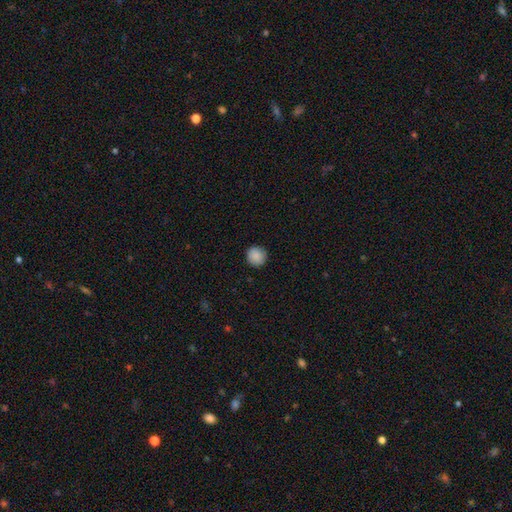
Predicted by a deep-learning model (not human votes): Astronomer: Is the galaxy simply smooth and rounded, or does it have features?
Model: smooth — 89%.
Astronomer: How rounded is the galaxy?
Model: round — 94%.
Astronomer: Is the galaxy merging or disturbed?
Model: none — 90%.